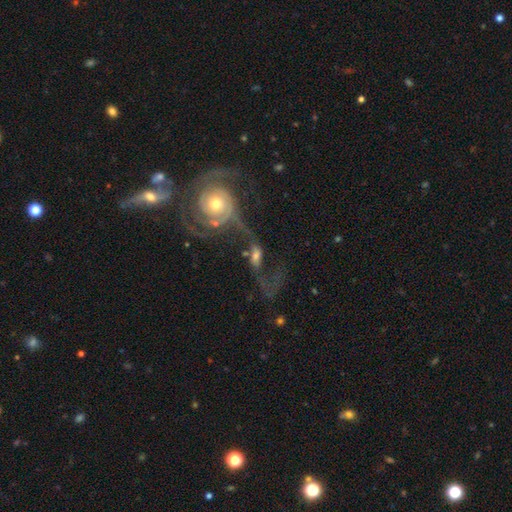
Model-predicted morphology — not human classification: Overall: featured or disk (69%). Edge-on disk: no (92%). Bar: no (53%; weak 33%). Spiral arms: yes (84%). Spiral arm count: 2 (83%). Spiral winding: loose (76%). Bulge size: moderate (51%; small 29%). Merging: merger (41%; major disturbance 25%).